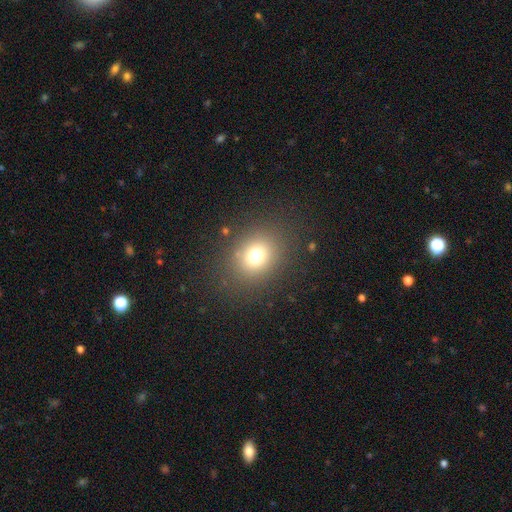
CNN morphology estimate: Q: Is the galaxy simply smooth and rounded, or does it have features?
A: smooth — 73%.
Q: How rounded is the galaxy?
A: round — 65%.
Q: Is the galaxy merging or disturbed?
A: none — 85%.